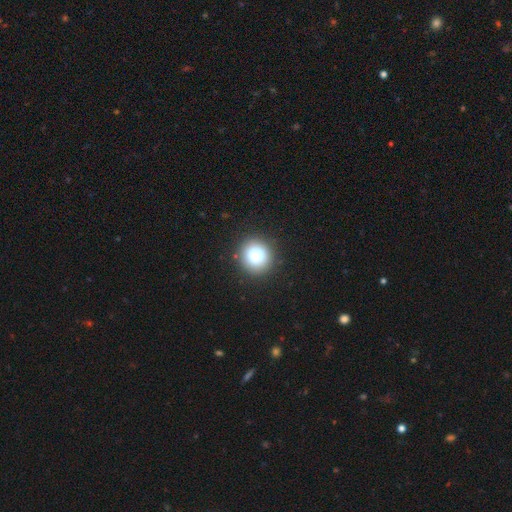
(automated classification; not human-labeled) smooth_or_featured: smooth (p=0.81) [alt: star or artifact p=0.10]
how_rounded: round (p=0.90) [alt: in between p=0.09]
merging: none (p=0.90) [alt: minor disturbance p=0.07]